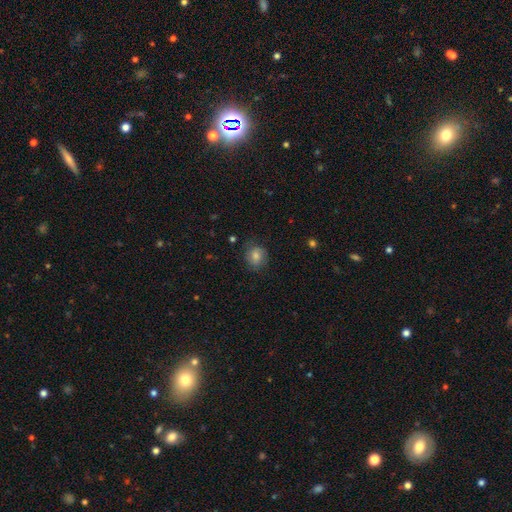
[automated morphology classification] Q: Smooth or featured?
A: smooth (58%); runner-up: featured or disk (28%)
Q: How rounded?
A: round (76%); runner-up: in between (23%)
Q: Merging?
A: none (78%); runner-up: minor disturbance (15%)